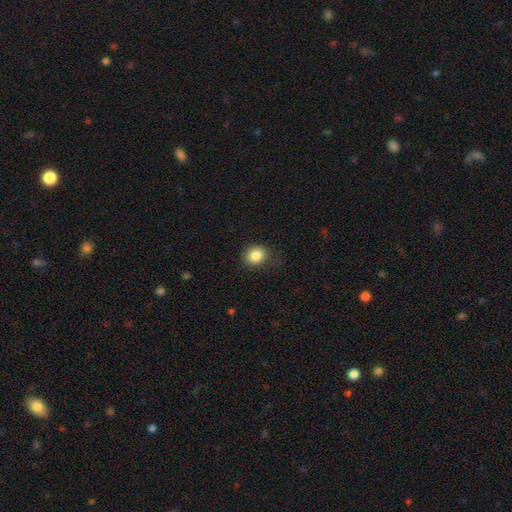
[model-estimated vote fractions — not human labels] smooth_or_featured: smooth (p=0.85) [alt: star or artifact p=0.10]
how_rounded: round (p=0.67) [alt: in between p=0.32]
merging: none (p=0.79) [alt: minor disturbance p=0.16]